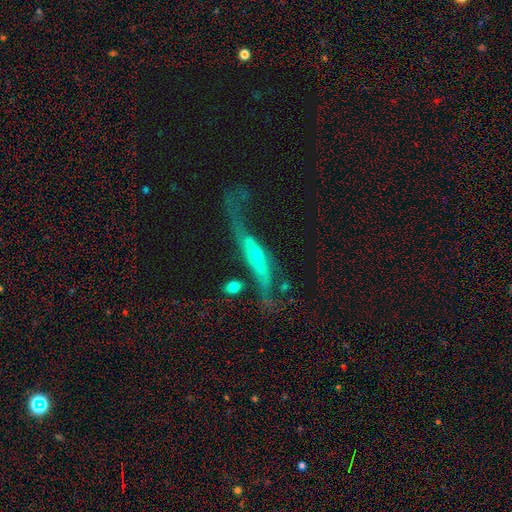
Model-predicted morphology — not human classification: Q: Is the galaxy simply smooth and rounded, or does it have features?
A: featured or disk — 73%.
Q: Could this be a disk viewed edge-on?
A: yes — 57%.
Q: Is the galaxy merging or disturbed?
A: none — 36%.